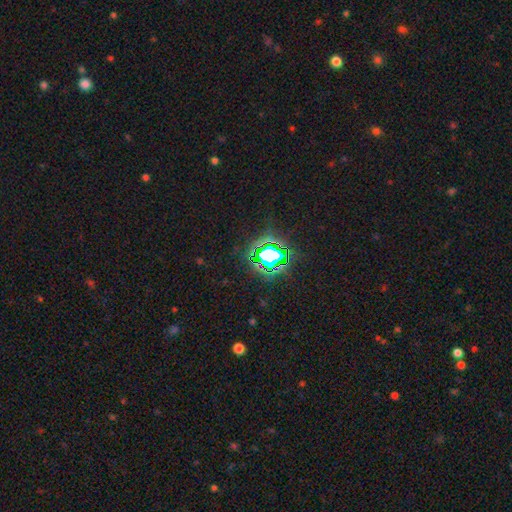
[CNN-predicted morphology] star or artifact 80%, smooth 13%, featured or disk 7%.